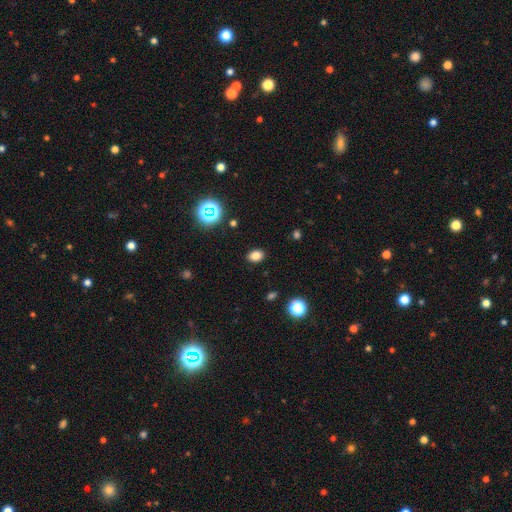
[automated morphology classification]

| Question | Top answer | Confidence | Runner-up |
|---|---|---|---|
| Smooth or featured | smooth | 80% | star or artifact (15%) |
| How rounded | in between | 71% | round (28%) |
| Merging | none | 89% | minor disturbance (8%) |